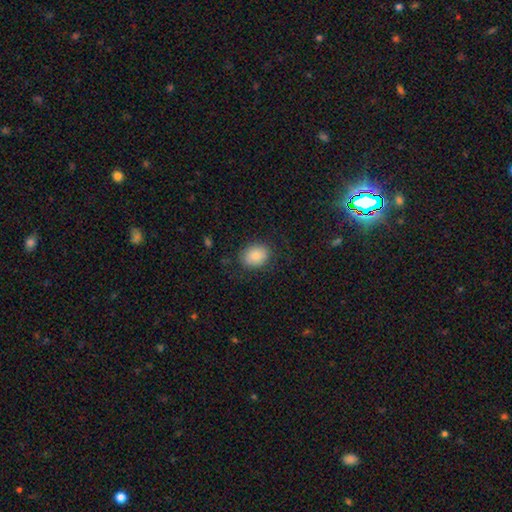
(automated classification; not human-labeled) Smooth or featured? smooth (84%)
How rounded? in between (51%)
Merging? none (81%)